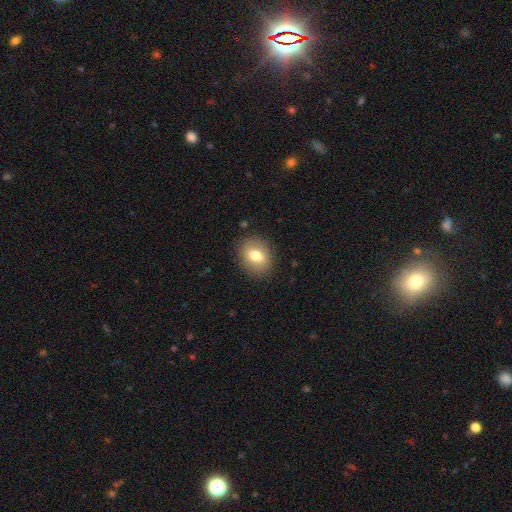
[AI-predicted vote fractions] The model was most divided on "how rounded": in between: 53%, round: 46%, cigar-shaped: 1%. More confident: merging — none (86%); smooth or featured — smooth (72%).